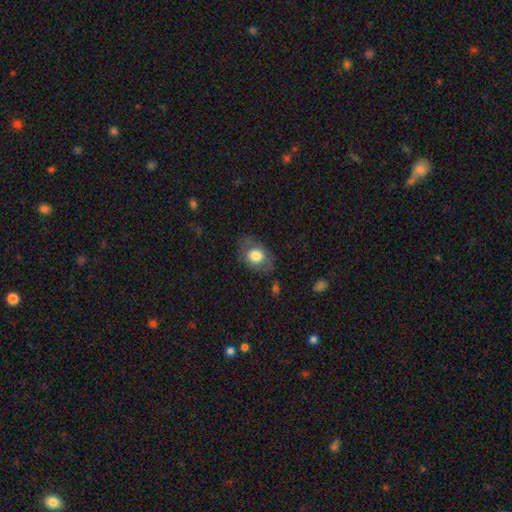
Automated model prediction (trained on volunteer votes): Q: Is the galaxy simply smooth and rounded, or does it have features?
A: smooth — 68%.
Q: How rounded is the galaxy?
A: in between — 70%.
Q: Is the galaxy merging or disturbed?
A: none — 68%.